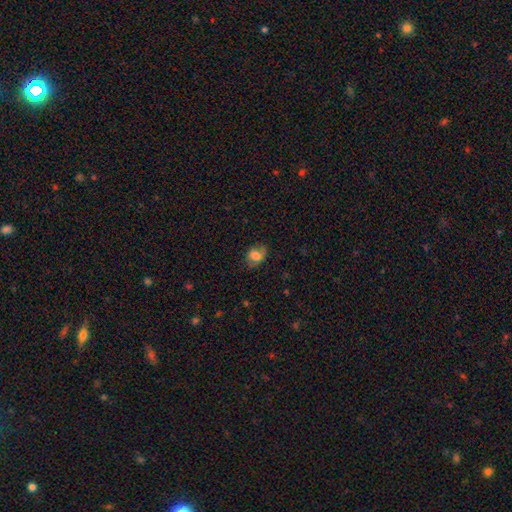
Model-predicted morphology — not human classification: The model was most divided on "how rounded": in between: 63%, round: 36%, cigar-shaped: 1%. More confident: smooth or featured — smooth (70%); merging — none (61%).